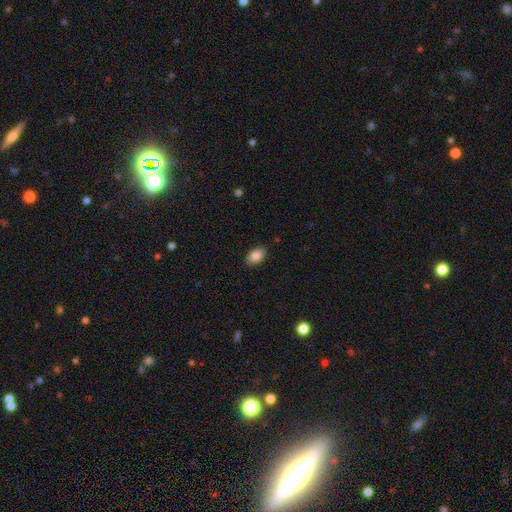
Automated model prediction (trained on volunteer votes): Smooth or featured?
  - smooth: 86% *
  - star or artifact: 7%
  - featured or disk: 6%
How rounded?
  - in between: 92% *
  - round: 6%
  - cigar-shaped: 2%
Merging?
  - none: 88% *
  - minor disturbance: 9%
  - major disturbance: 2%
  - merger: 1%